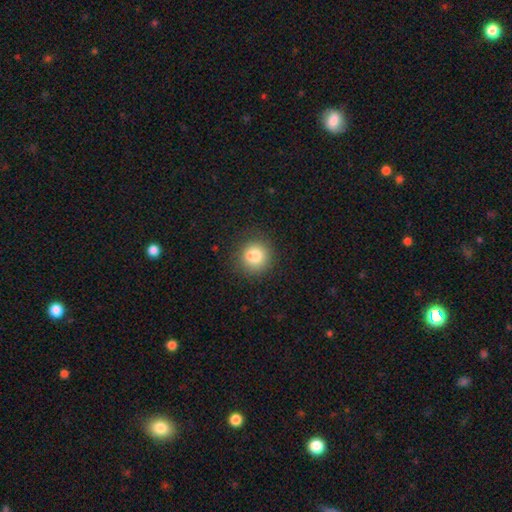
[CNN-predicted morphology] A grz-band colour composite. It shows a smooth galaxy with no disk features (80%) that is round (87%). Merging: none (78%).